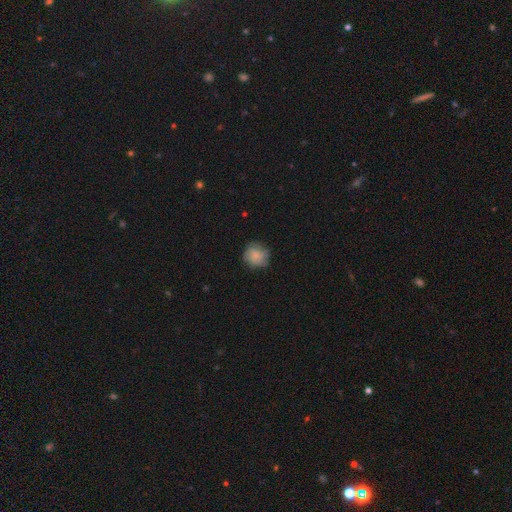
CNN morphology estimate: type=smooth (65%); roundness=round (87%); merging=none (76%).